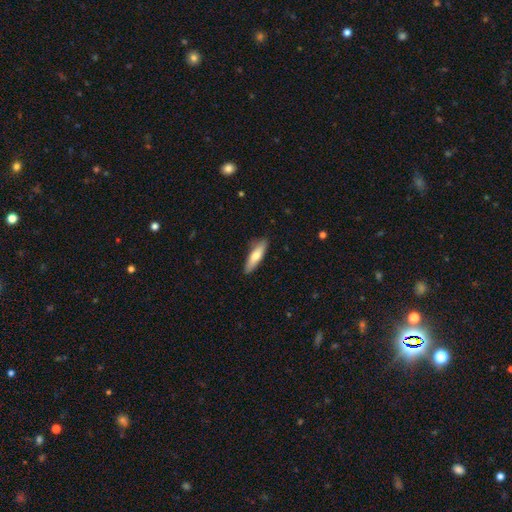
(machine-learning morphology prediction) smooth 70%, featured or disk 24%, star or artifact 5%. Down the decision tree: how rounded — cigar-shaped (66%); merging — none (86%).